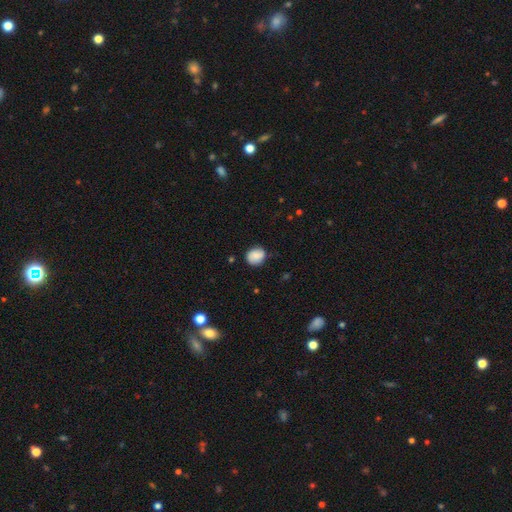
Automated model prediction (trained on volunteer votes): Smooth or featured: smooth — 78% (featured or disk — 14%)
How rounded: round — 69% (in between — 30%)
Merging: none — 74% (minor disturbance — 20%)